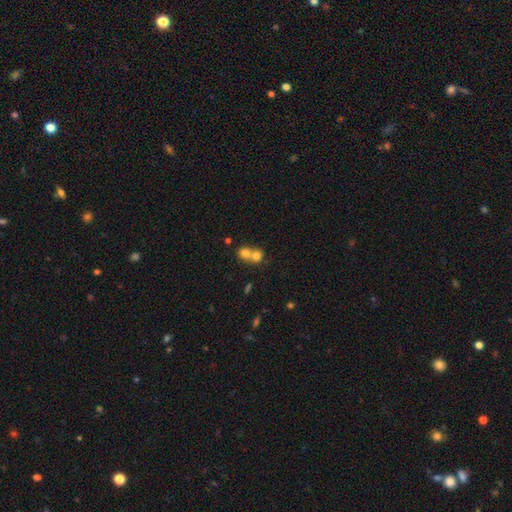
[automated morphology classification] The model was most divided on "merging": merger: 68%, none: 26%, minor disturbance: 4%, major disturbance: 2%. More confident: how rounded — round (76%); smooth or featured — smooth (73%).